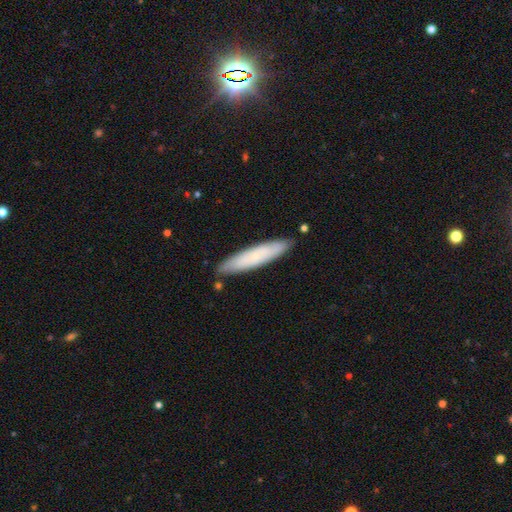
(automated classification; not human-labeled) Overall: smooth (66%; featured or disk 27%). How rounded: cigar-shaped (86%). Merging: none (85%).